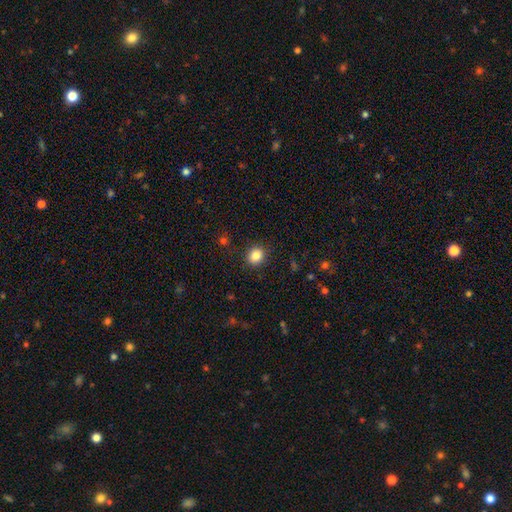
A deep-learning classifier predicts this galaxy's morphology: Q: Smooth or featured?
A: smooth (85%); runner-up: star or artifact (10%)
Q: How rounded?
A: round (75%); runner-up: in between (24%)
Q: Merging?
A: none (89%); runner-up: minor disturbance (7%)